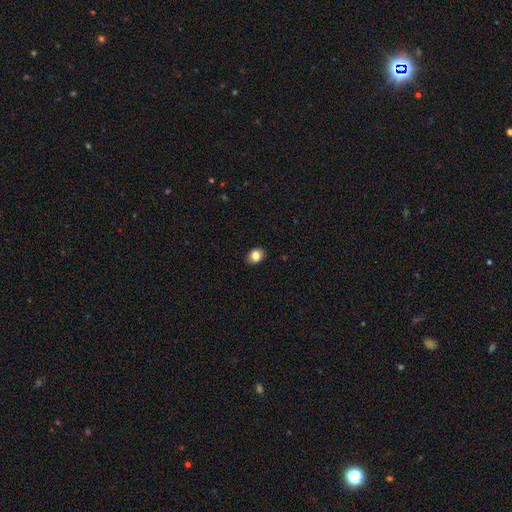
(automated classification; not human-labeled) Overall: smooth (84%). How rounded: round (51%; in between 48%). Merging: none (90%).